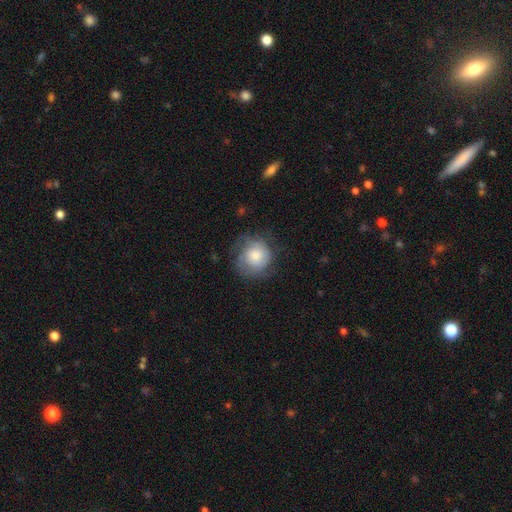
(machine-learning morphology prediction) This appears to be a smooth galaxy with no disk features (58%) that is round (87%). Merging: none (60%).